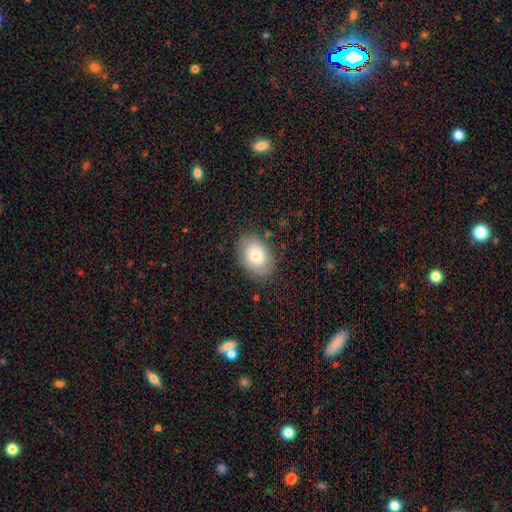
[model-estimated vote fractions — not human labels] smooth-or-featured: smooth: 64% | featured or disk: 28% | star or artifact: 8%
  how-rounded: in between: 70% | round: 29% | cigar-shaped: 1%
  merging: none: 80% | minor disturbance: 14% | major disturbance: 5% | merger: 1%